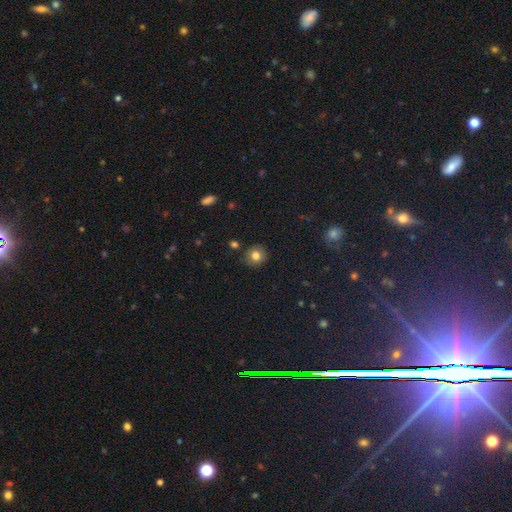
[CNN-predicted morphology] This is clearly a smooth galaxy (81%). How rounded: clearly round (88%). Merging: clearly none (86%).